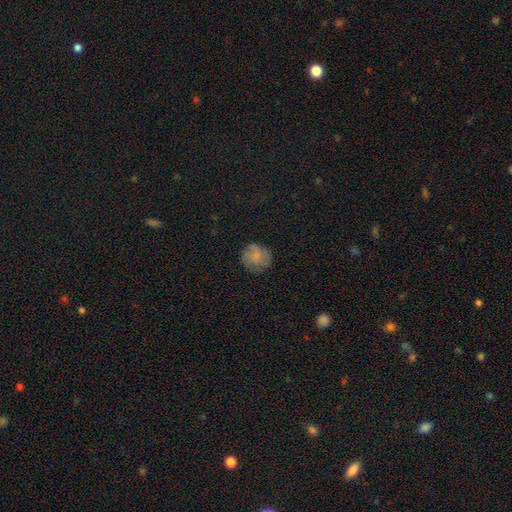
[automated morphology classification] Smooth or featured?
  - smooth: 70% *
  - featured or disk: 22%
  - star or artifact: 9%
How rounded?
  - round: 87% *
  - in between: 12%
  - cigar-shaped: 1%
Merging?
  - none: 74% *
  - minor disturbance: 18%
  - major disturbance: 7%
  - merger: 1%